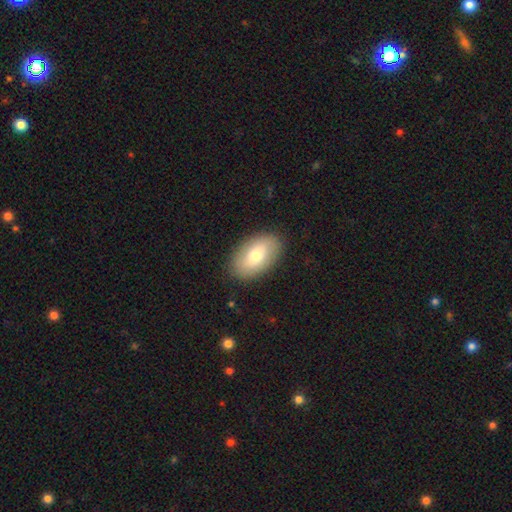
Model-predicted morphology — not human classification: This is likely a smooth galaxy (72%). How rounded: clearly in between (93%). Merging: clearly none (88%).